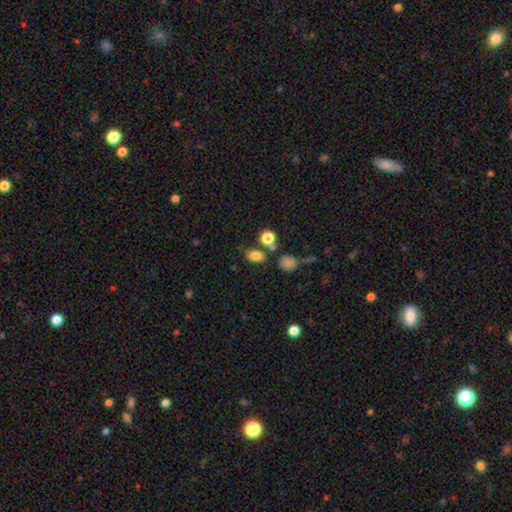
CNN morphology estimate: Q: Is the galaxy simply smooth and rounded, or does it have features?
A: smooth — 80%.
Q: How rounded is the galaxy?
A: in between — 80%.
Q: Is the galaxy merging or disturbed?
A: none — 67%.